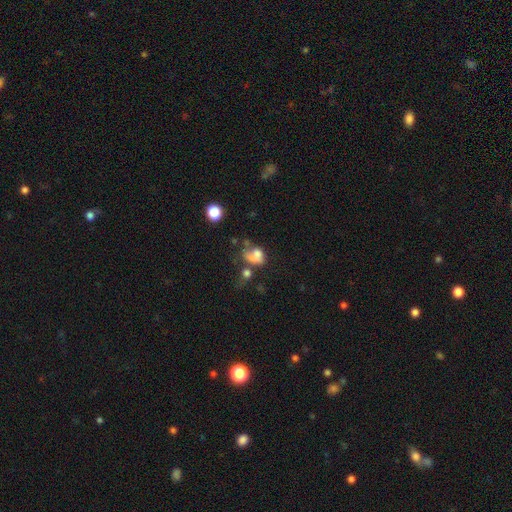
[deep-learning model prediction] smooth_or_featured: smooth (p=0.57) [alt: featured or disk p=0.30]
how_rounded: in between (p=0.62) [alt: round p=0.37]
merging: major disturbance (p=0.34) [alt: merger p=0.28]